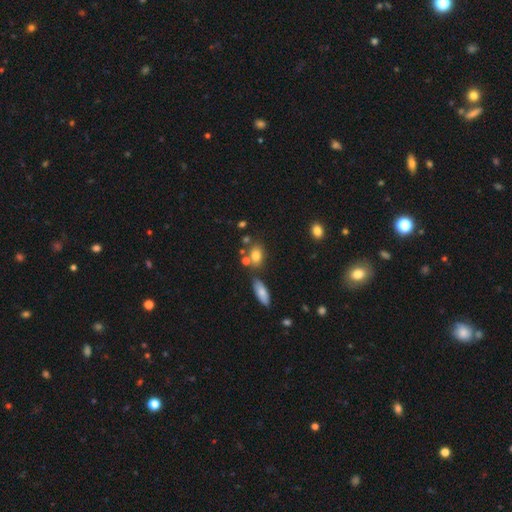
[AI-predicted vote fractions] Morphology: type=smooth (79%); roundness=in between (74%); merging=none (61%).